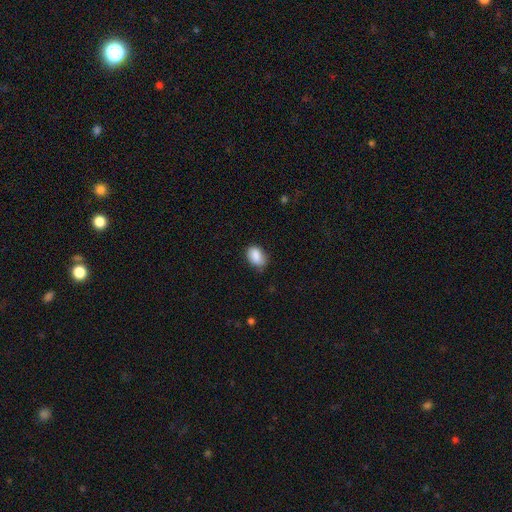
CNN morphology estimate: A smooth galaxy with no disk features (87%) that is in between round and cigar-shaped (81%).

Vote fractions:
- Smooth or featured? smooth: 87% / star or artifact: 7% / featured or disk: 6%
- How rounded? in between: 81% / round: 18% / cigar-shaped: 1%
- Merging? none: 70% / minor disturbance: 24% / major disturbance: 4% / merger: 1%